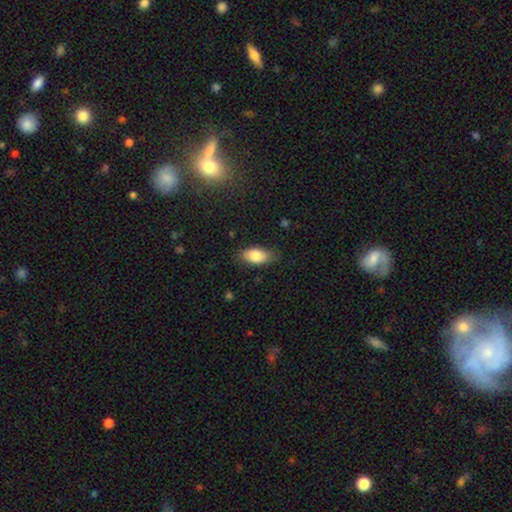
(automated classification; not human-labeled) smooth-or-featured: smooth: 83% | featured or disk: 10% | star or artifact: 7%
  how-rounded: in between: 91% | cigar-shaped: 6% | round: 3%
  merging: none: 80% | minor disturbance: 15% | major disturbance: 3% | merger: 1%